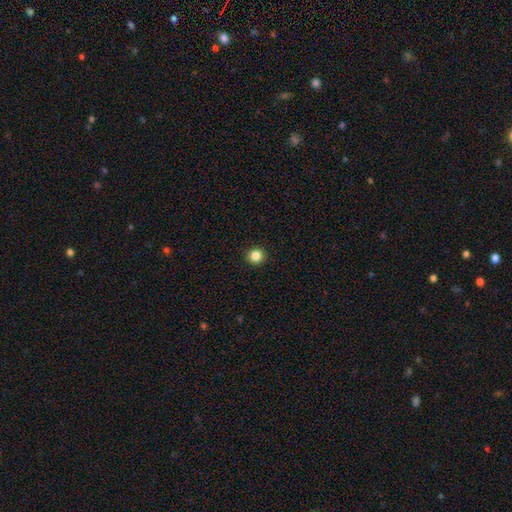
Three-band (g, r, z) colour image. It shows a smooth galaxy with no disk features (70%) that is round (85%). Merging: none (97%).